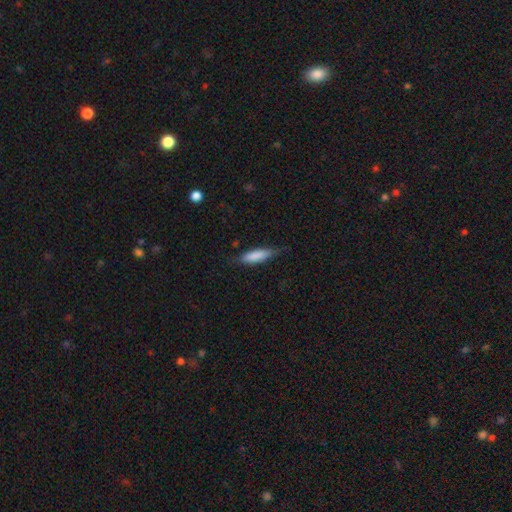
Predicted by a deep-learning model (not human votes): Q: Smooth or featured?
A: smooth (80%); runner-up: featured or disk (15%)
Q: How rounded?
A: cigar-shaped (62%); runner-up: in between (37%)
Q: Merging?
A: none (72%); runner-up: minor disturbance (22%)